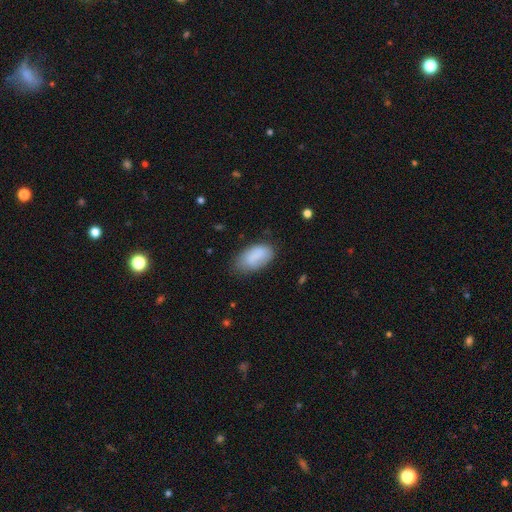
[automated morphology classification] Smooth or featured? smooth (82%)
How rounded? in between (94%)
Merging? none (65%)